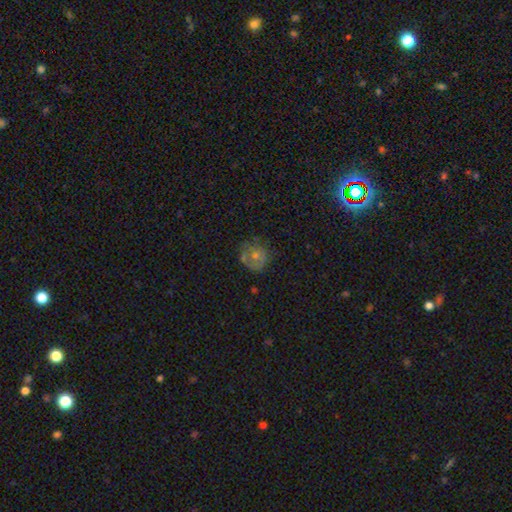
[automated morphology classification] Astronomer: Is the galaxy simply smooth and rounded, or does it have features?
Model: smooth — 51% (runner-up: featured or disk, 32%).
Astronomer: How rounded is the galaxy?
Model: round — 83%.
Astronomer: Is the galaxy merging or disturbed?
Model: none — 64%.